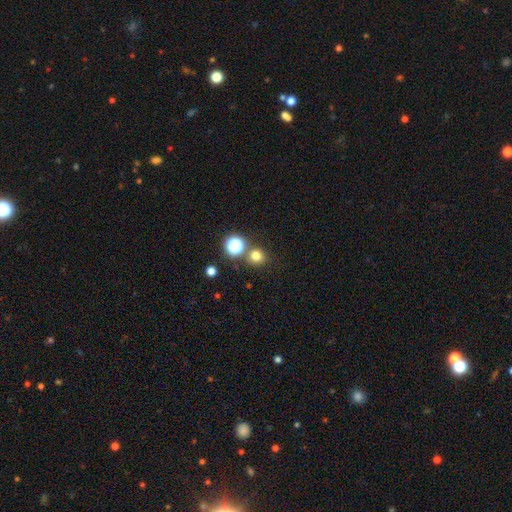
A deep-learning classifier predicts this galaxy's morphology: Smooth or featured?
  - smooth: 75% *
  - star or artifact: 19%
  - featured or disk: 6%
How rounded?
  - round: 88% *
  - in between: 11%
  - cigar-shaped: 1%
Merging?
  - none: 78% *
  - merger: 12%
  - minor disturbance: 7%
  - major disturbance: 3%